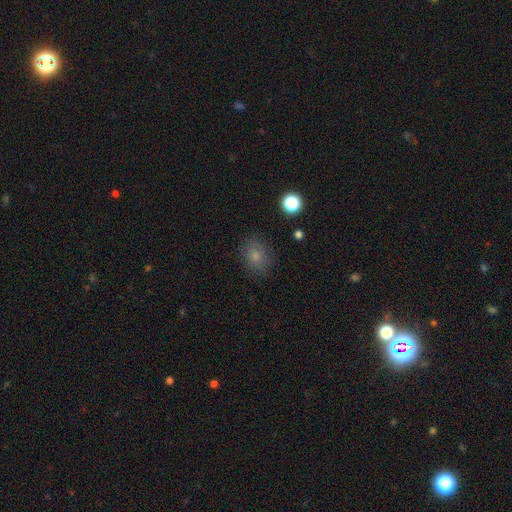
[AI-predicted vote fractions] Smooth or featured?
  - smooth: 79% *
  - star or artifact: 13%
  - featured or disk: 8%
How rounded?
  - in between: 51% *
  - round: 48%
  - cigar-shaped: 1%
Merging?
  - none: 82% *
  - minor disturbance: 13%
  - major disturbance: 4%
  - merger: 1%